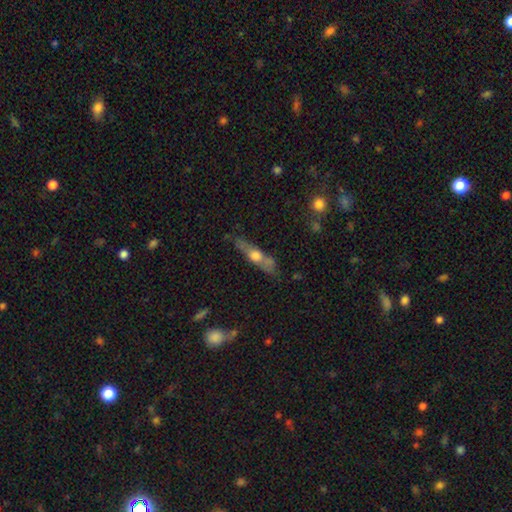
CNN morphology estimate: Smooth or featured? Predicted: featured or disk (p=0.54). Edge-on disk? Predicted: yes (p=0.82). Merging? Predicted: none (p=0.68).